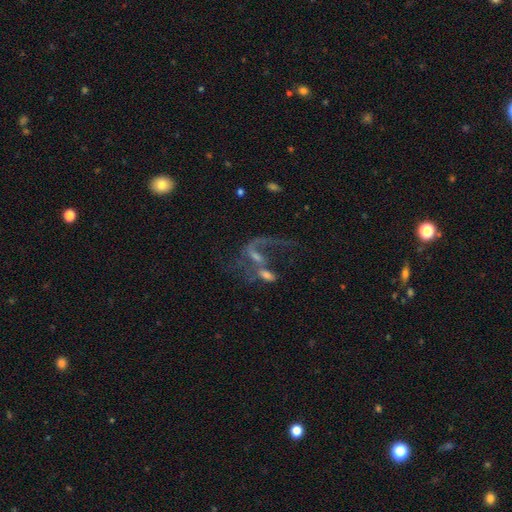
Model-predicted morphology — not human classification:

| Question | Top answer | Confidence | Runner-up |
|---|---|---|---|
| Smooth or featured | featured or disk | 70% | smooth (17%) |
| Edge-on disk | no | 94% | yes (6%) |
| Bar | no | 45% | weak (38%) |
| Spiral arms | yes | 72% | no (28%) |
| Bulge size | small | 41% | moderate (29%) |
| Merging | merger | 43% | major disturbance (28%) |